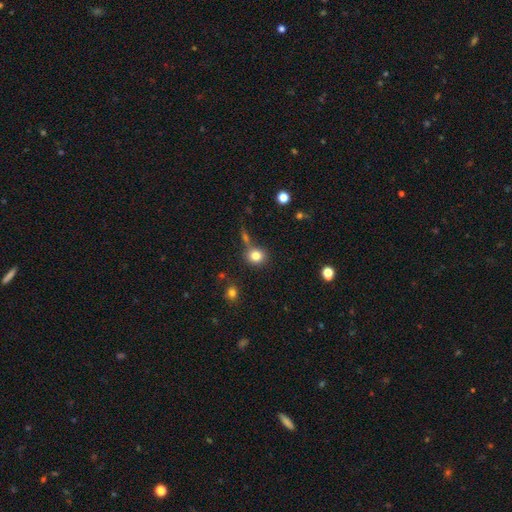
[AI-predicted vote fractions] Smooth or featured? smooth (81%)
How rounded? round (83%)
Merging? none (71%)